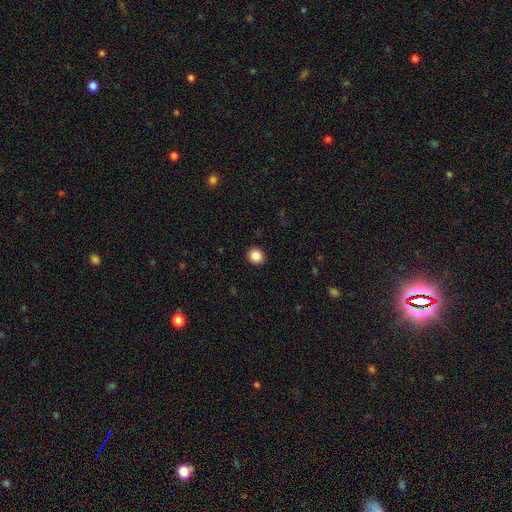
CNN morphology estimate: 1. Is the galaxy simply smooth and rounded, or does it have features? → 87% smooth, 9% star or artifact, 4% featured or disk.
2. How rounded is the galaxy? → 88% round, 12% in between, 1% cigar-shaped.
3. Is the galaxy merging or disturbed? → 92% none, 5% minor disturbance, 2% major disturbance, 1% merger.